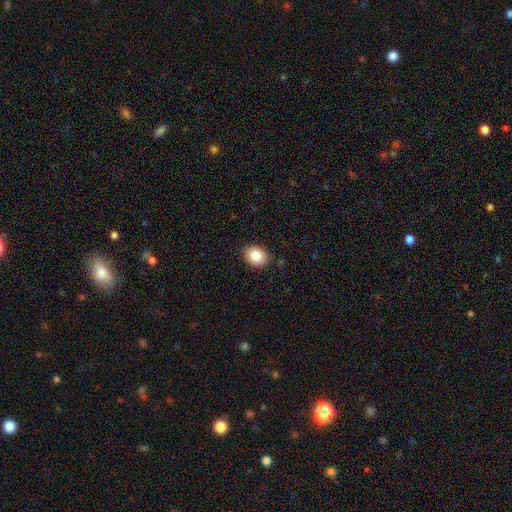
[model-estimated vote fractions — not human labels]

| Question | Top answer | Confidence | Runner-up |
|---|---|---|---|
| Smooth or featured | smooth | 85% | star or artifact (8%) |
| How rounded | in between | 63% | round (36%) |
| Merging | none | 88% | minor disturbance (9%) |